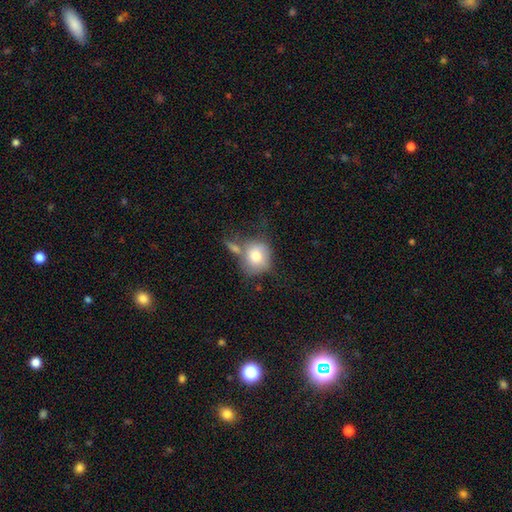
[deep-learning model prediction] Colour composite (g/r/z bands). It shows a smooth galaxy with no disk features (75%) that is round (77%). Merging: none (42%).